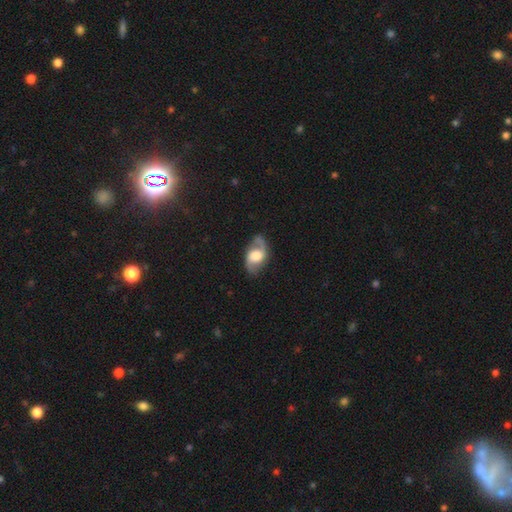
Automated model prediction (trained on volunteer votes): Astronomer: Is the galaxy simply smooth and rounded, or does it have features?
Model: featured or disk — 74%.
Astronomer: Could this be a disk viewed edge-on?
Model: no — 95%.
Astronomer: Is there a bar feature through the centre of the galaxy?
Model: no — 53% (runner-up: weak, 36%).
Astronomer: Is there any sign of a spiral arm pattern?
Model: yes — 91%.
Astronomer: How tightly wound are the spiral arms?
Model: loose — 44% (runner-up: medium, 43%).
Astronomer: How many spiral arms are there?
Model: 2 — 91%.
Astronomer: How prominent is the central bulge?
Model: large — 48% (runner-up: moderate, 33%).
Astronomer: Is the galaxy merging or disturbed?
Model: none — 79%.